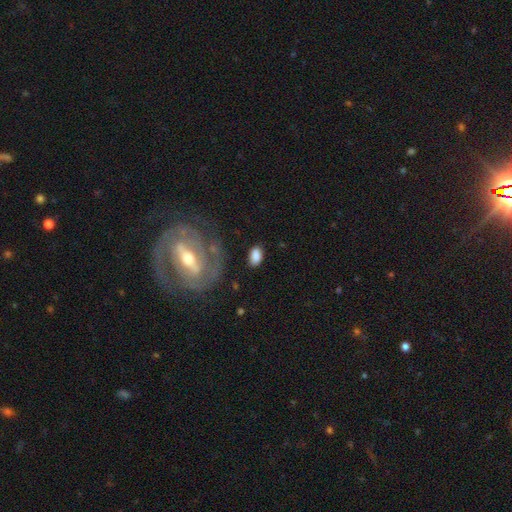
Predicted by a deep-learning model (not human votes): Q: Smooth or featured?
A: smooth (80%); runner-up: featured or disk (12%)
Q: How rounded?
A: in between (91%); runner-up: round (7%)
Q: Merging?
A: none (78%); runner-up: minor disturbance (13%)